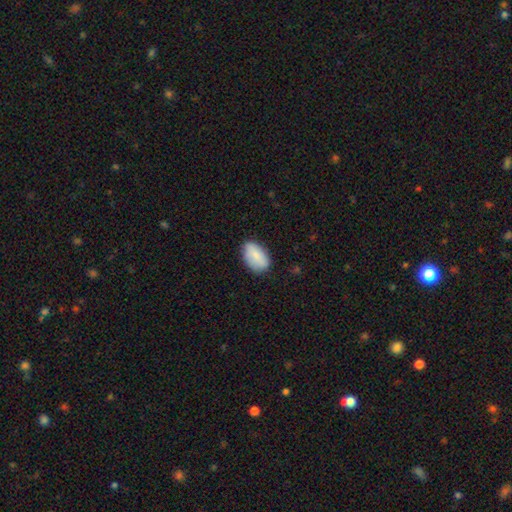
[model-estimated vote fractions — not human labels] Q: Smooth or featured?
A: smooth (83%); runner-up: featured or disk (11%)
Q: How rounded?
A: in between (92%); runner-up: round (7%)
Q: Merging?
A: none (79%); runner-up: minor disturbance (17%)